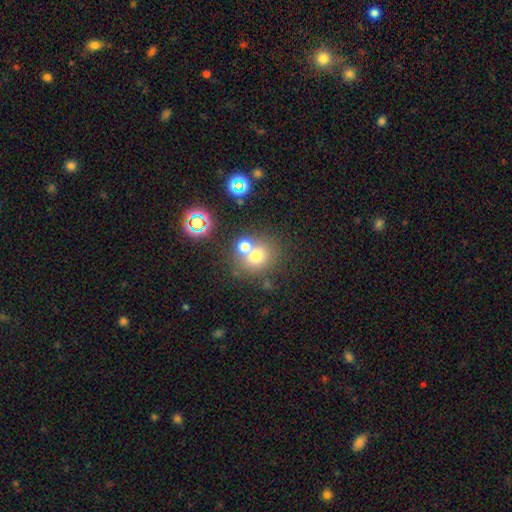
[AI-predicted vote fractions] Smooth or featured? Predicted: smooth (p=0.68). How rounded? Predicted: round (p=0.82). Merging? Predicted: none (p=0.51).